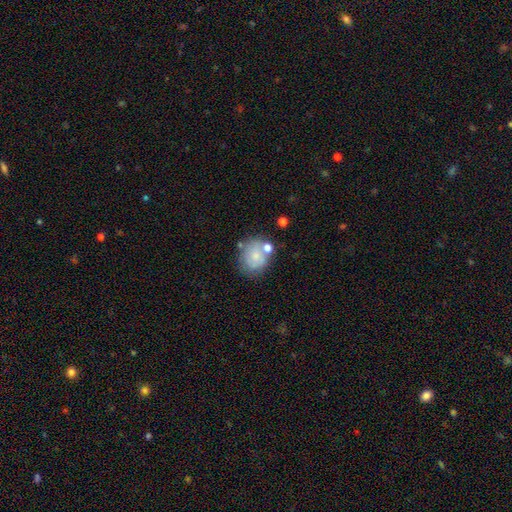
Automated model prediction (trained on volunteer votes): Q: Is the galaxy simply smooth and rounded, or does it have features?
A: smooth — 67%.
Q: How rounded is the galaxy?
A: round — 66%.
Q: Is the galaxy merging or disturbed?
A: none — 55%.